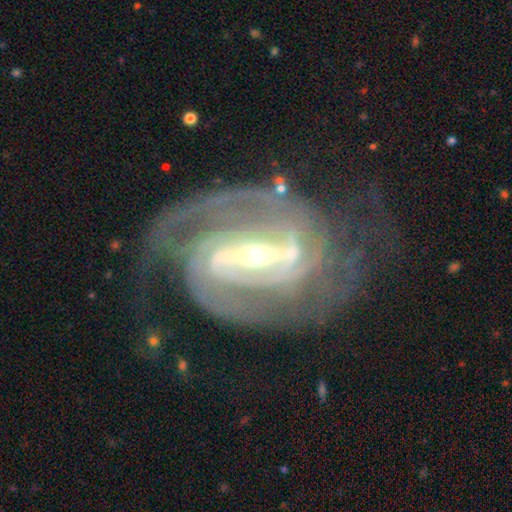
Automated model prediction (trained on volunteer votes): smooth-or-featured: featured or disk: 92% | star or artifact: 5% | smooth: 3%
  disk-edge-on: no: 96% | yes: 4%
    bar: strong: 74% | weak: 21% | no: 5%
    has-spiral-arms: yes: 98% | no: 2%
      spiral-winding: tight: 54% | medium: 38% | loose: 8%
      spiral-arm-count: 2: 56% | 3: 17% | can't tell: 10% | 4: 8% | more than 4: 4% | 1: 4%
    bulge-size: small: 60% | moderate: 36% | large: 3% | none: 1% | dominant: 1%
  merging: none: 66% | minor disturbance: 17% | major disturbance: 15% | merger: 2%